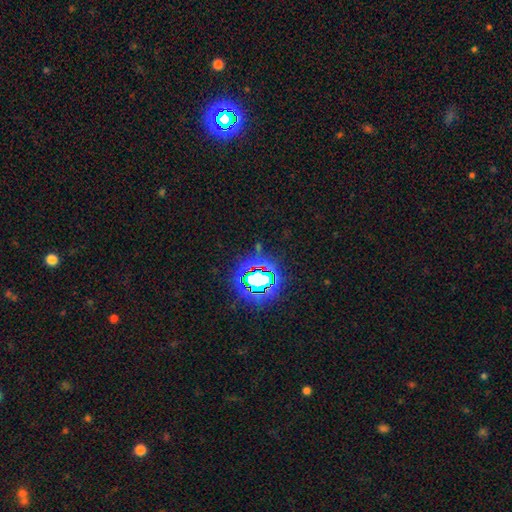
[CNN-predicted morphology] Smooth or featured: star or artifact — 80% (smooth — 12%)